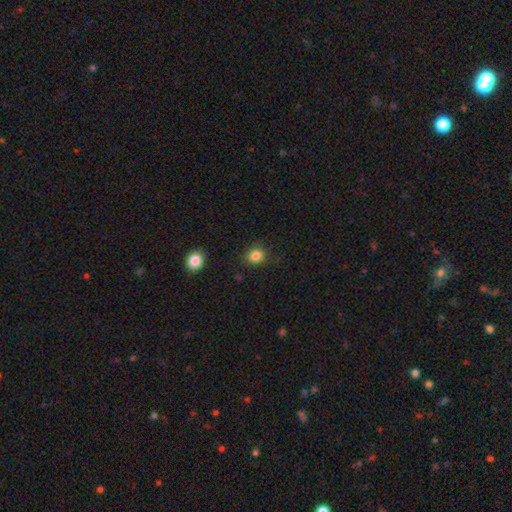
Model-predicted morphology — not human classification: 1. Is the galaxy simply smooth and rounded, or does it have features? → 84% smooth, 11% star or artifact, 5% featured or disk.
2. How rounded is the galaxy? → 70% round, 29% in between, 1% cigar-shaped.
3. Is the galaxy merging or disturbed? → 82% none, 13% minor disturbance, 3% major disturbance, 2% merger.